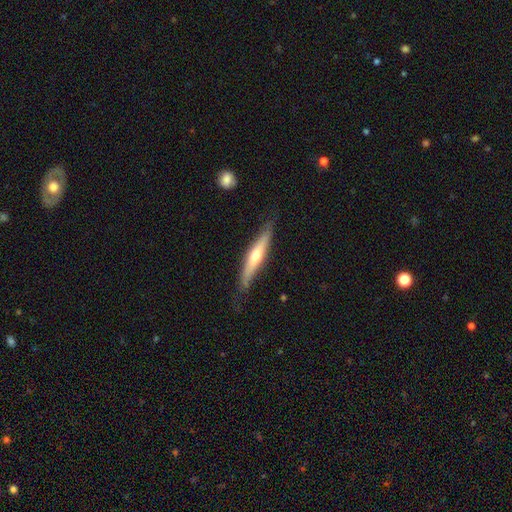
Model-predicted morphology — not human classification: Overall: featured or disk (57%; smooth 38%). Edge-on disk: yes (92%). Edge-on bulge: rounded (82%). Merging: none (77%).